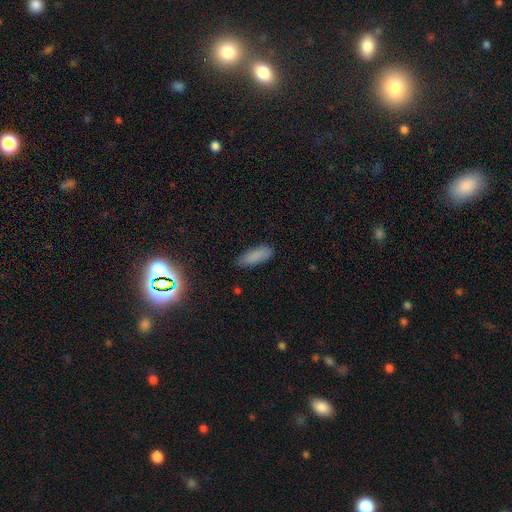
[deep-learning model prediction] Smooth or featured?
  - smooth: 84% *
  - star or artifact: 10%
  - featured or disk: 6%
How rounded?
  - in between: 63% *
  - cigar-shaped: 36%
  - round: 2%
Merging?
  - none: 81% *
  - minor disturbance: 15%
  - major disturbance: 3%
  - merger: 1%